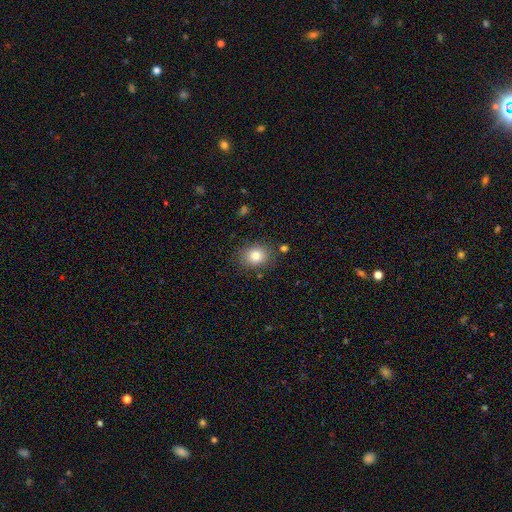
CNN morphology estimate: smooth_or_featured: smooth (p=0.81) [alt: star or artifact p=0.10]
how_rounded: round (p=0.61) [alt: in between p=0.39]
merging: none (p=0.83) [alt: minor disturbance p=0.11]